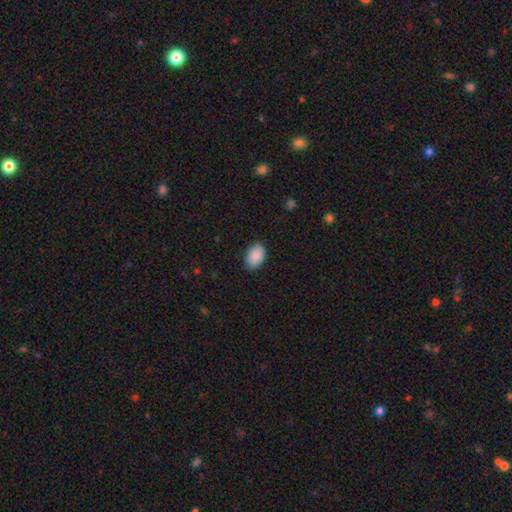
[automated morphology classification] Q: Smooth or featured?
A: smooth (90%); runner-up: star or artifact (6%)
Q: How rounded?
A: in between (89%); runner-up: round (10%)
Q: Merging?
A: none (85%); runner-up: minor disturbance (12%)